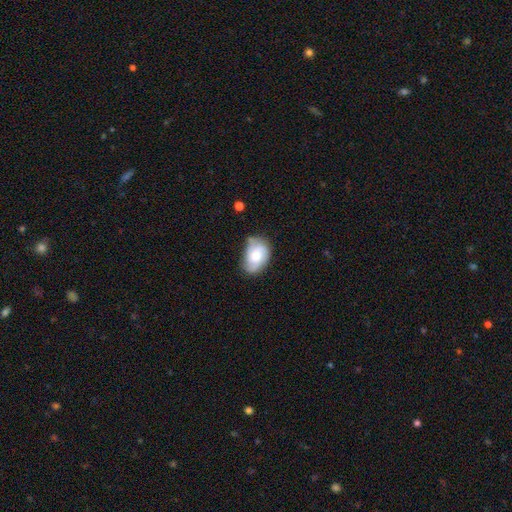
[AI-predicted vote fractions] smooth_or_featured: smooth (p=0.49) [alt: featured or disk p=0.44]
merging: none (p=0.56) [alt: minor disturbance p=0.33]